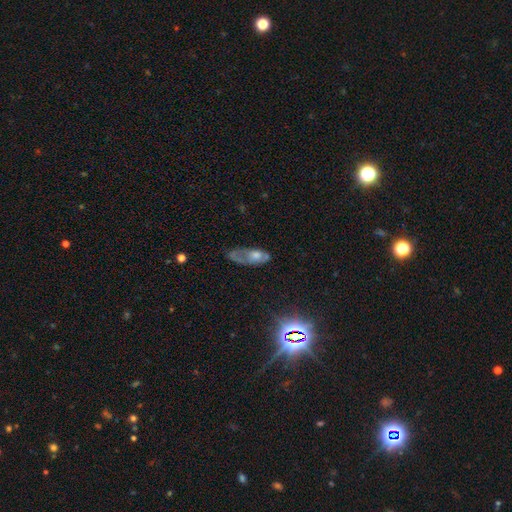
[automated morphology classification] type=smooth (49%); merging=none (34%).